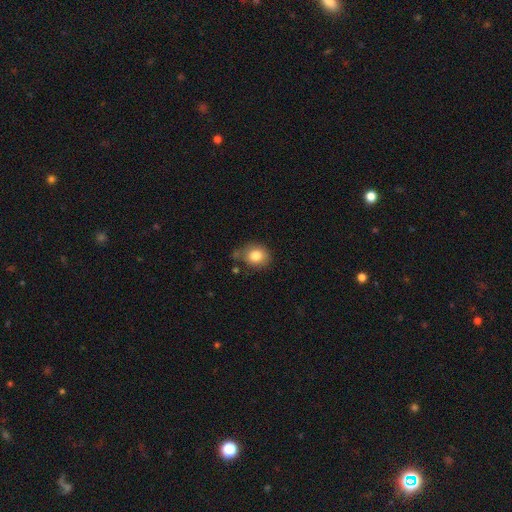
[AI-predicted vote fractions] A smooth galaxy with no disk features (82%) that is round (72%). Merging: none (65%).